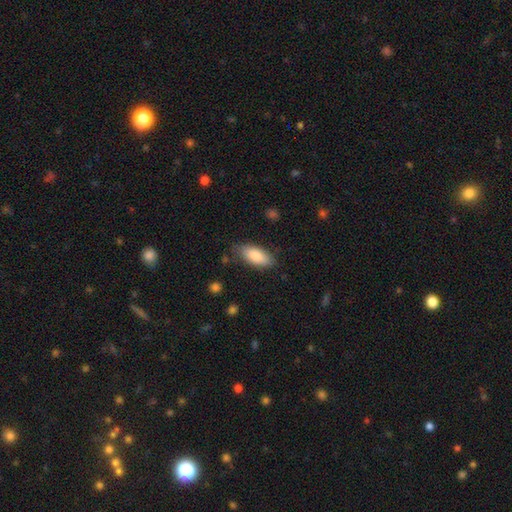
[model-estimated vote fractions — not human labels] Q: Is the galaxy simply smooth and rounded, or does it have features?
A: smooth — 85%.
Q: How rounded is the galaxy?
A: in between — 85%.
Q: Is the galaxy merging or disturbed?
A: none — 76%.